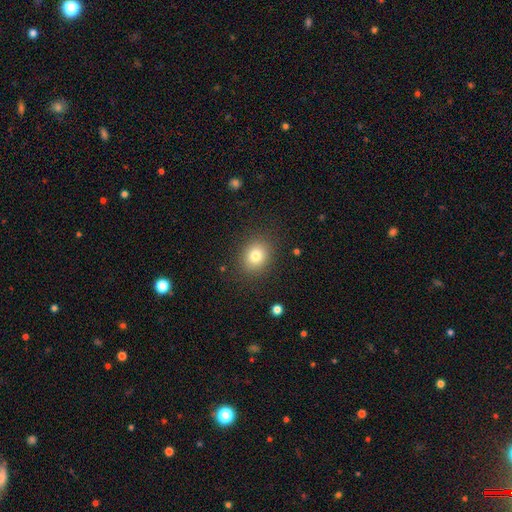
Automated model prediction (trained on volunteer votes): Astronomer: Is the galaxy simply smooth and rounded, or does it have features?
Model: smooth — 79%.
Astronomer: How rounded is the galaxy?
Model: round — 64%.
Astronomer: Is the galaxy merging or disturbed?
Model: none — 87%.